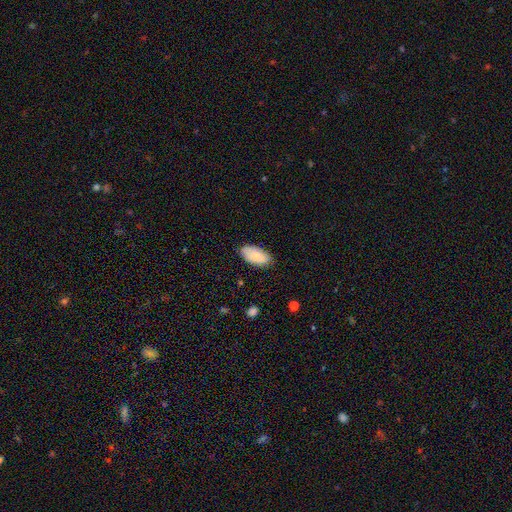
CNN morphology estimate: Smooth or featured: smooth — 83% (featured or disk — 11%)
How rounded: in between — 94% (cigar-shaped — 4%)
Merging: none — 81% (minor disturbance — 15%)